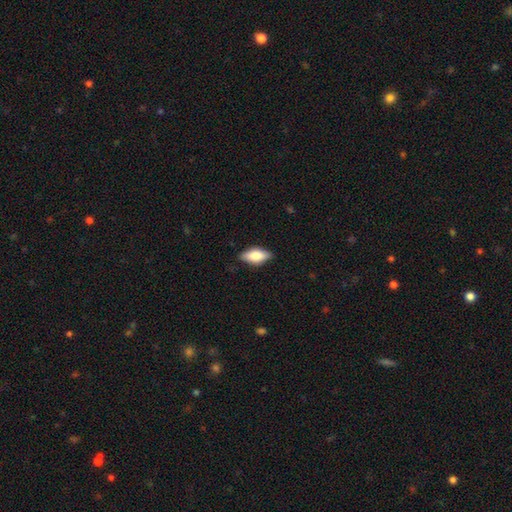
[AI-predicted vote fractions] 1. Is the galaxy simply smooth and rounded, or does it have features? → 73% smooth, 20% featured or disk, 6% star or artifact.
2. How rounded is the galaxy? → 84% in between, 13% cigar-shaped, 3% round.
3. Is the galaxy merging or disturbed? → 83% none, 14% minor disturbance, 3% major disturbance, 1% merger.